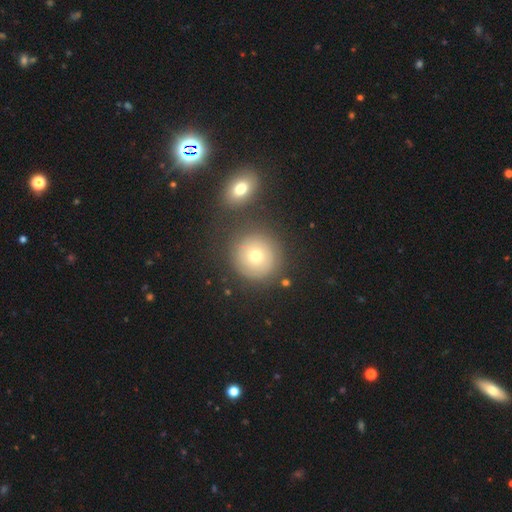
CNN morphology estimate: This appears to be a smooth galaxy with no disk features (65%) that is round (92%). Merging: none (79%).